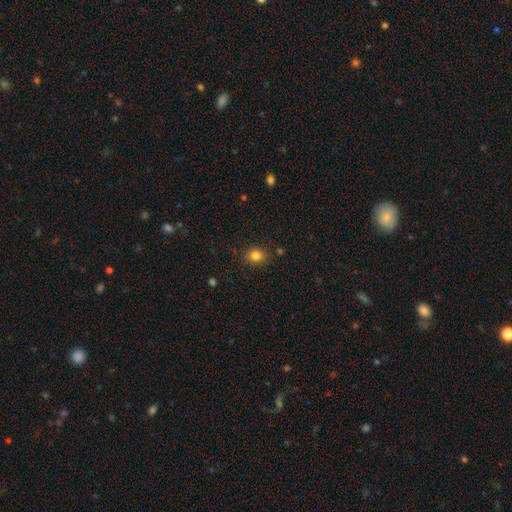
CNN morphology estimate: A smooth galaxy with no disk features (83%) that is round (65%).

Vote fractions:
- Smooth or featured? smooth: 83% / star or artifact: 12% / featured or disk: 6%
- How rounded? round: 65% / in between: 34% / cigar-shaped: 1%
- Merging? none: 86% / minor disturbance: 10% / major disturbance: 3% / merger: 2%